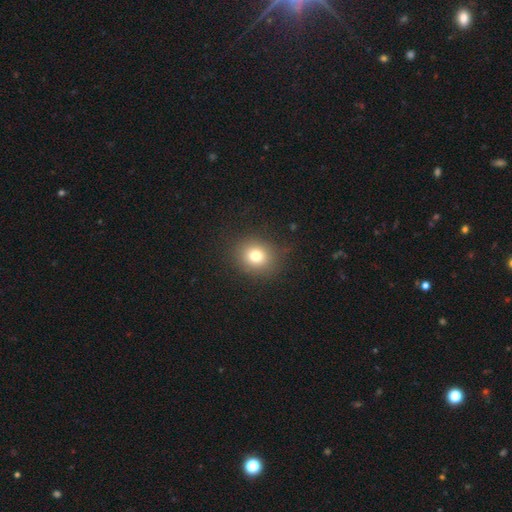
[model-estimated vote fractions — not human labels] This appears to be a smooth galaxy with no disk features (78%) that is round (79%). Merging: none (86%).